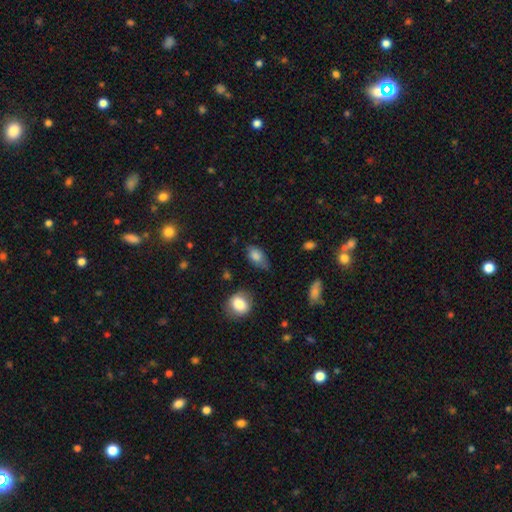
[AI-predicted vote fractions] smooth-or-featured: smooth: 80% | featured or disk: 11% | star or artifact: 8%
  how-rounded: in between: 88% | round: 9% | cigar-shaped: 3%
  merging: none: 56% | minor disturbance: 33% | major disturbance: 9% | merger: 3%